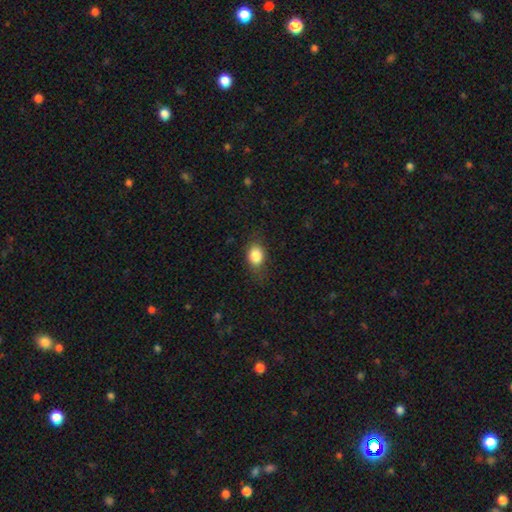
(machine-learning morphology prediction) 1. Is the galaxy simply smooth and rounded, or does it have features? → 84% smooth, 9% star or artifact, 7% featured or disk.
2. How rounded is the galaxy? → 66% in between, 33% round, 2% cigar-shaped.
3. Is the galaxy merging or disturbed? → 75% none, 18% minor disturbance, 6% major disturbance, 1% merger.